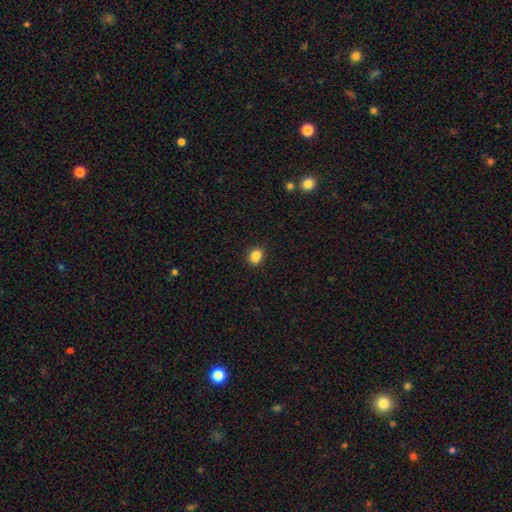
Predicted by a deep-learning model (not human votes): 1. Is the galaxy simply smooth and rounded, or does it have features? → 85% smooth, 11% star or artifact, 4% featured or disk.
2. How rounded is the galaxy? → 59% round, 40% in between, 1% cigar-shaped.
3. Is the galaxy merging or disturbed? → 84% none, 12% minor disturbance, 2% major disturbance, 2% merger.